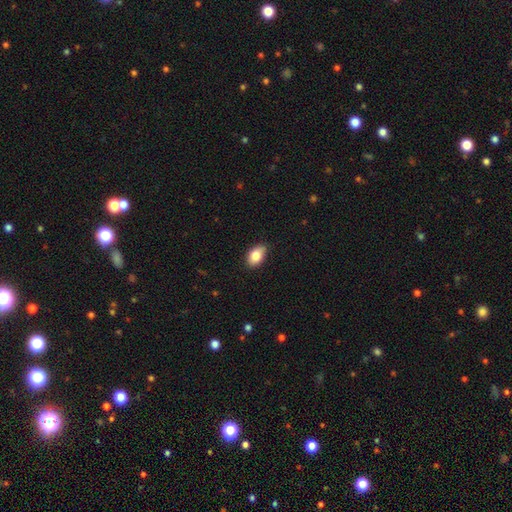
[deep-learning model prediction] smooth_or_featured: smooth (p=0.82) [alt: featured or disk p=0.10]
how_rounded: in between (p=0.88) [alt: round p=0.11]
merging: none (p=0.76) [alt: minor disturbance p=0.20]